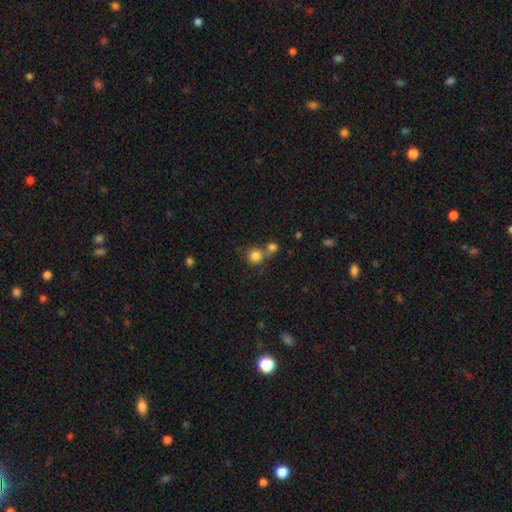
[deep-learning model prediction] The model was most divided on "merging": none: 53%, merger: 37%, minor disturbance: 7%, major disturbance: 3%. More confident: how rounded — round (91%); smooth or featured — smooth (82%).